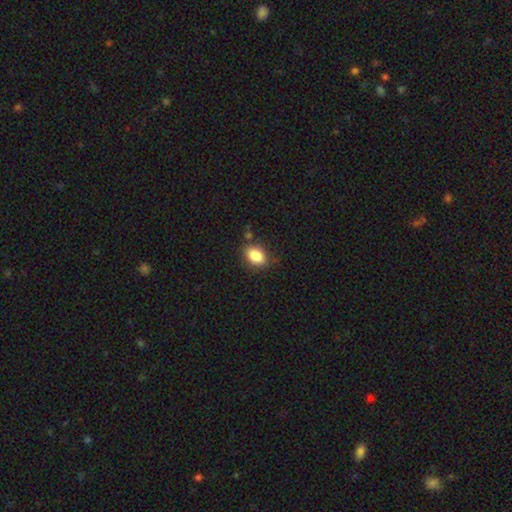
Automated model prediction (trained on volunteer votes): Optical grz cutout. It shows a smooth galaxy with no disk features (85%) that is in between round and cigar-shaped (82%). Merging: none (82%).